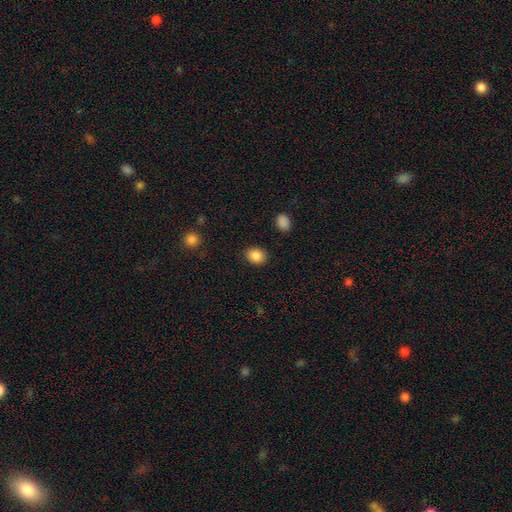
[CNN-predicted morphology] This is clearly a smooth galaxy (87%). How rounded: possibly in between (50%). Merging: clearly none (88%).